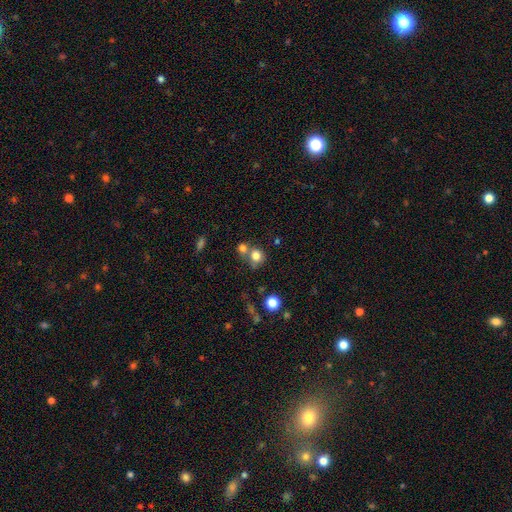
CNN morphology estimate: A smooth galaxy with no disk features (79%) that is round (82%). Merging: none (48%).